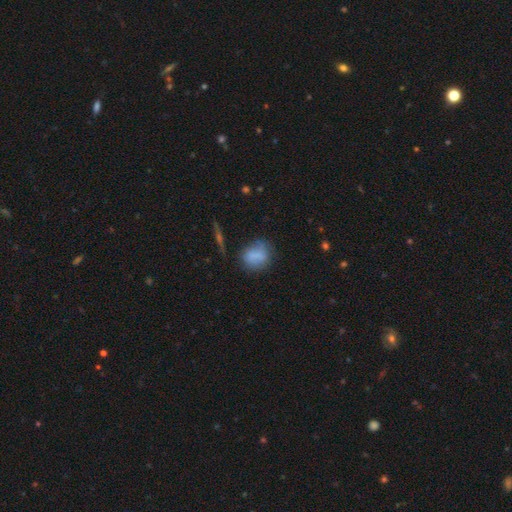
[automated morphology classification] A smooth galaxy with no disk features (77%) that is round (51%). Merging: none (66%).